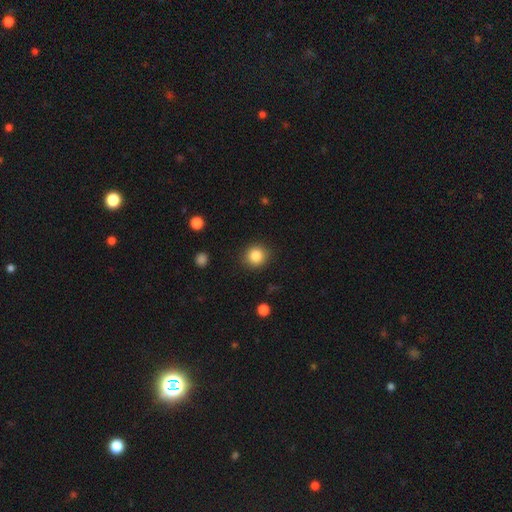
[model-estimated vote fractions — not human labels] smooth 86%, star or artifact 10%, featured or disk 5%. Down the decision tree: how rounded — round (90%); merging — none (89%).